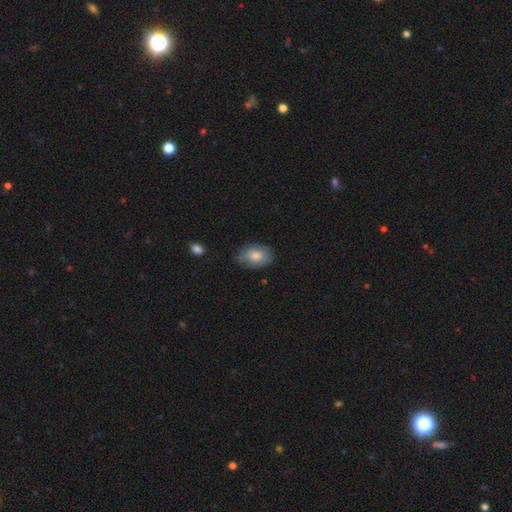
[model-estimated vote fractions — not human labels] A smooth galaxy with no disk features (76%) that is in between round and cigar-shaped (82%). Merging: none (67%).